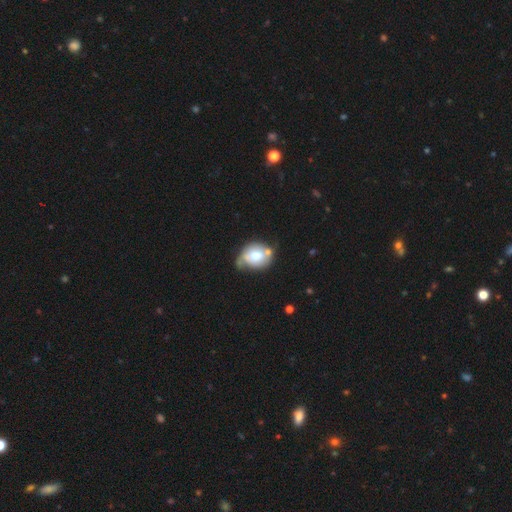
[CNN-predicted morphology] smooth-or-featured: smooth: 62% | featured or disk: 31% | star or artifact: 7%
  how-rounded: in between: 51% | round: 48% | cigar-shaped: 1%
  merging: none: 35% | minor disturbance: 31% | merger: 22% | major disturbance: 12%